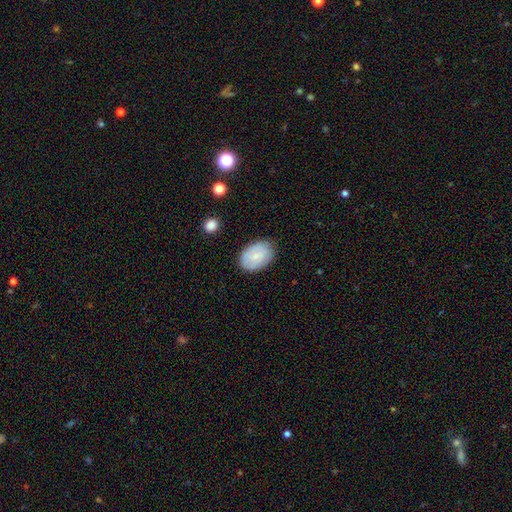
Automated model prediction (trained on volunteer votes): Smooth or featured? Predicted: smooth (p=0.71). How rounded? Predicted: in between (p=0.84). Merging? Predicted: none (p=0.80).